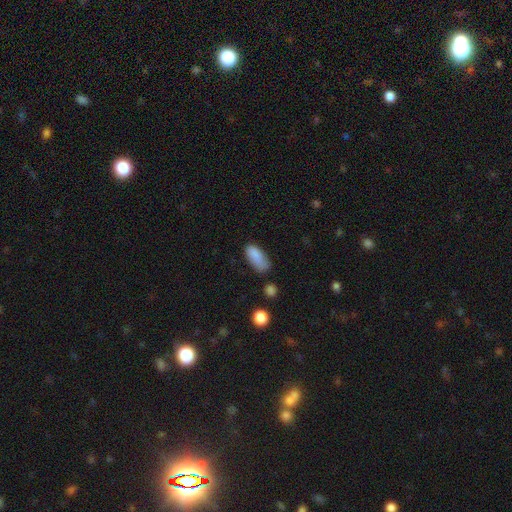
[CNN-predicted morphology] This is clearly a smooth galaxy (85%). How rounded: clearly in between (85%). Merging: possibly none (52%).